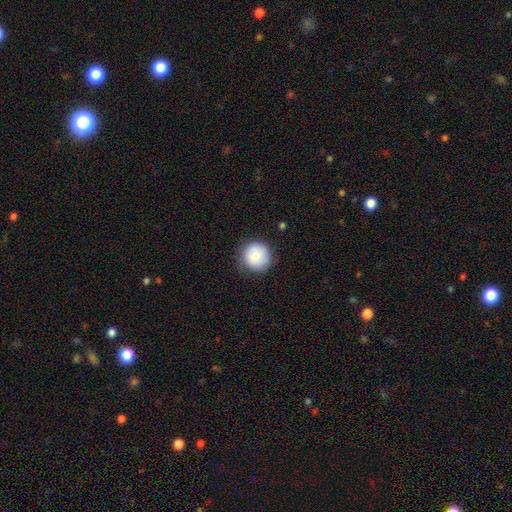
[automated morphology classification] smooth 82%, featured or disk 10%, star or artifact 8%. Down the decision tree: how rounded — round (93%); merging — none (82%).